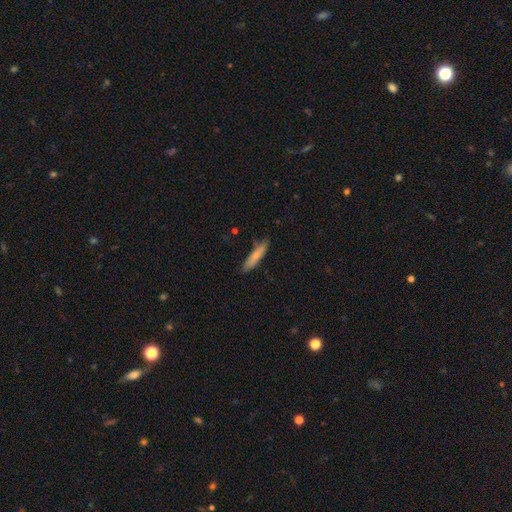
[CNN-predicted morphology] Smooth or featured?
  - smooth: 73% *
  - featured or disk: 22%
  - star or artifact: 6%
How rounded?
  - cigar-shaped: 82% *
  - in between: 16%
  - round: 2%
Merging?
  - none: 77% *
  - minor disturbance: 18%
  - major disturbance: 3%
  - merger: 2%